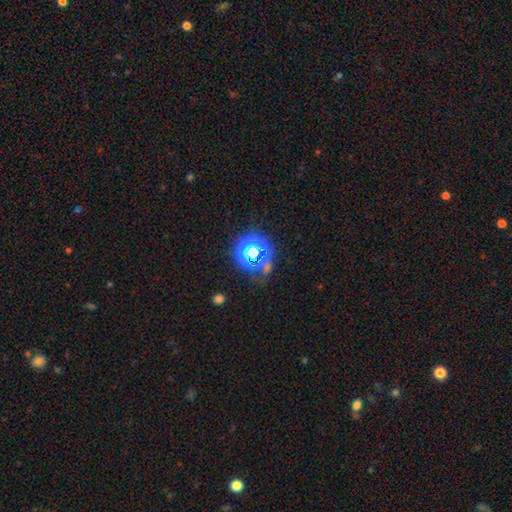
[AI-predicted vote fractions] Smooth or featured?
  - star or artifact: 61% *
  - smooth: 28%
  - featured or disk: 12%